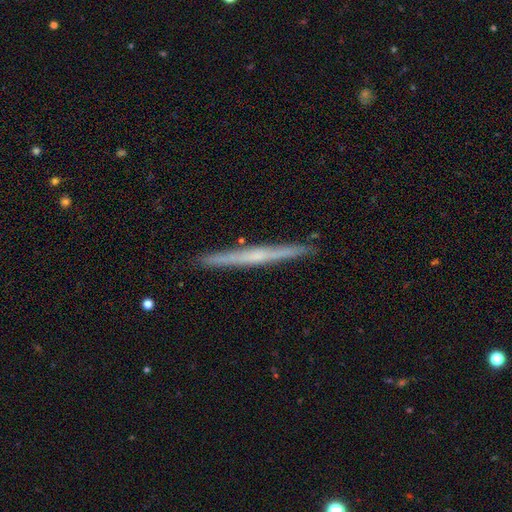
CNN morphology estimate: Q: Smooth or featured?
A: featured or disk (64%); runner-up: smooth (30%)
Q: Edge-on disk?
A: yes (98%); runner-up: no (2%)
Q: Edge-on bulge?
A: none (63%); runner-up: rounded (31%)
Q: Merging?
A: none (92%); runner-up: minor disturbance (6%)